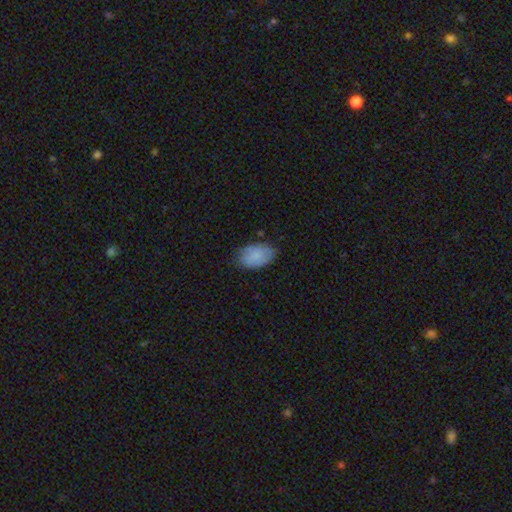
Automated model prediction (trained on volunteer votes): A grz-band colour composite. It shows a smooth galaxy with no disk features (78%) that is in between round and cigar-shaped (90%). Merging: none (76%).